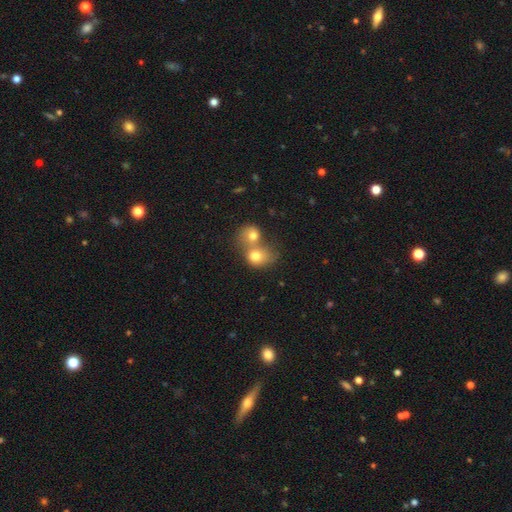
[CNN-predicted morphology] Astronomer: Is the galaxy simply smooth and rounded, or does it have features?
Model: smooth — 74%.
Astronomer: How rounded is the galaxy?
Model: round — 65%.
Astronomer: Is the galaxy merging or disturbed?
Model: merger — 75%.